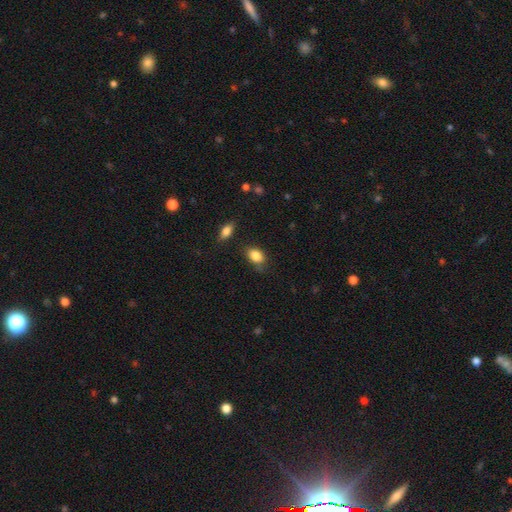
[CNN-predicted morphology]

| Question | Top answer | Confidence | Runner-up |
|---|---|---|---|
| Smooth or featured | smooth | 86% | star or artifact (8%) |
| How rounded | in between | 82% | round (17%) |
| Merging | none | 71% | minor disturbance (22%) |